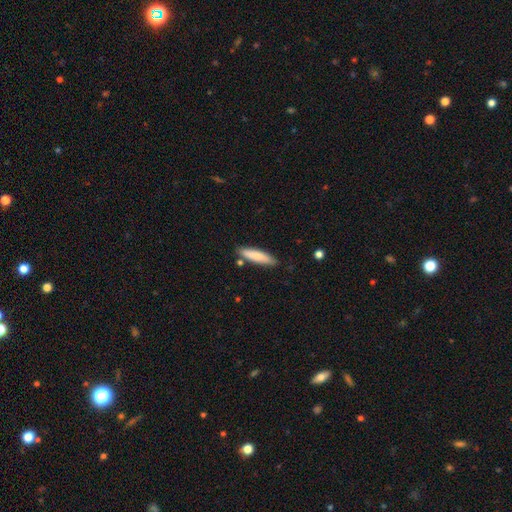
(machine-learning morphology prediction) smooth 80%, featured or disk 14%, star or artifact 6%. Down the decision tree: how rounded — cigar-shaped (77%); merging — none (81%).